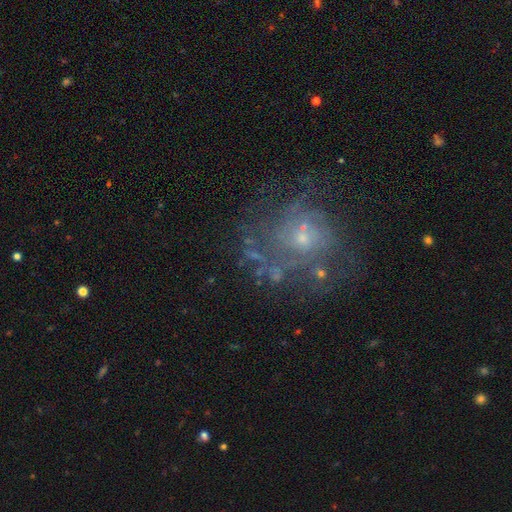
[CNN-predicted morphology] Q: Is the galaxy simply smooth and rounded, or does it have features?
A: featured or disk — 63%.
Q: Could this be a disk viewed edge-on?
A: no — 98%.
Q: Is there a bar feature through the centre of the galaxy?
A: no — 83%.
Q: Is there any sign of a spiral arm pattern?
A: yes — 65%.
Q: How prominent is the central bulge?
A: small — 68%.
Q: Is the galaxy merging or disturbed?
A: none — 57%.